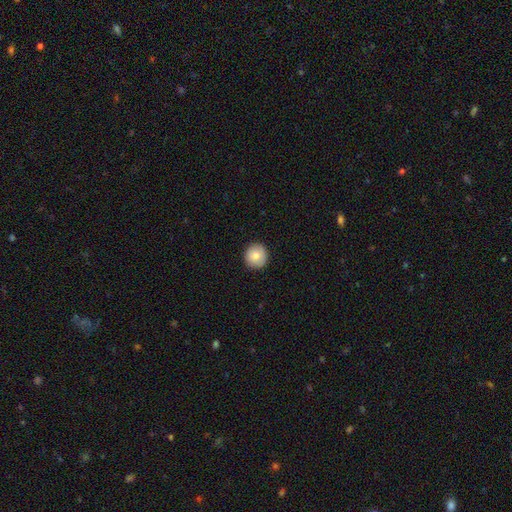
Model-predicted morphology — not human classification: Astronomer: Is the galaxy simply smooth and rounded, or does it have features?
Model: smooth — 81%.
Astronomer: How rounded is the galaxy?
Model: round — 94%.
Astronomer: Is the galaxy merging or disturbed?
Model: none — 91%.